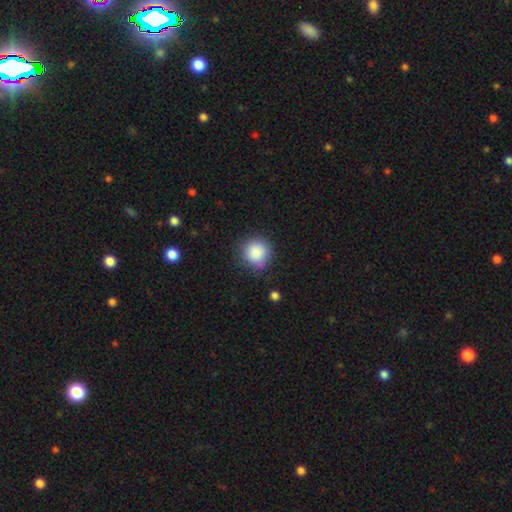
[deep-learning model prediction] Smooth or featured? Predicted: smooth (p=0.86). How rounded? Predicted: round (p=0.92). Merging? Predicted: none (p=0.77).